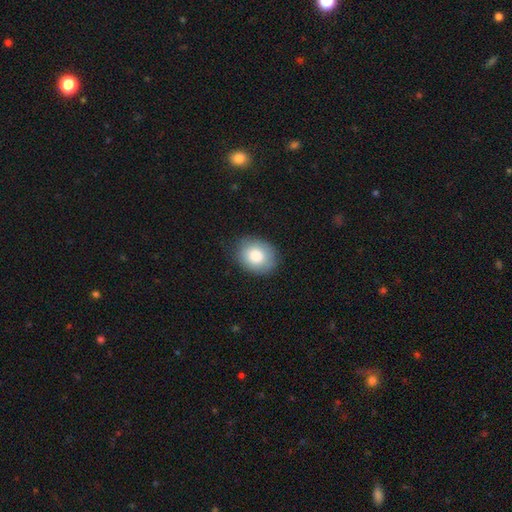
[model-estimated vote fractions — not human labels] Overall: smooth (83%). How rounded: in between (51%; round 48%). Merging: none (83%).